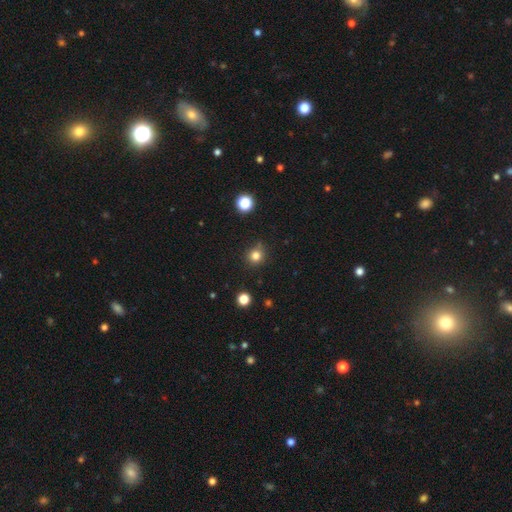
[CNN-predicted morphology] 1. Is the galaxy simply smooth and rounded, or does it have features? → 81% smooth, 14% star or artifact, 5% featured or disk.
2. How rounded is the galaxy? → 90% round, 9% in between, 1% cigar-shaped.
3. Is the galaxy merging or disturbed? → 80% none, 14% minor disturbance, 3% major disturbance, 3% merger.